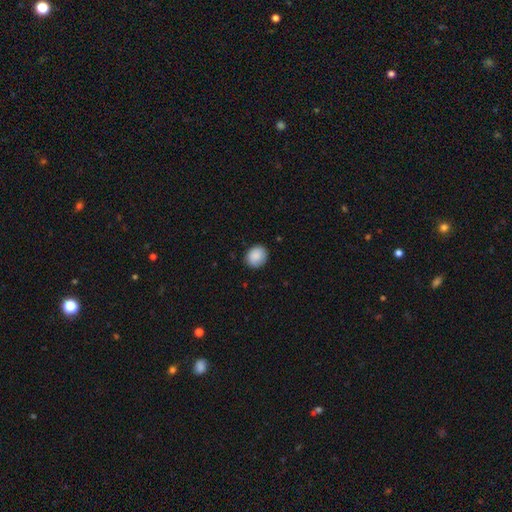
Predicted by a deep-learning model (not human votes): Overall: smooth (88%). How rounded: round (67%; in between 32%). Merging: none (86%).